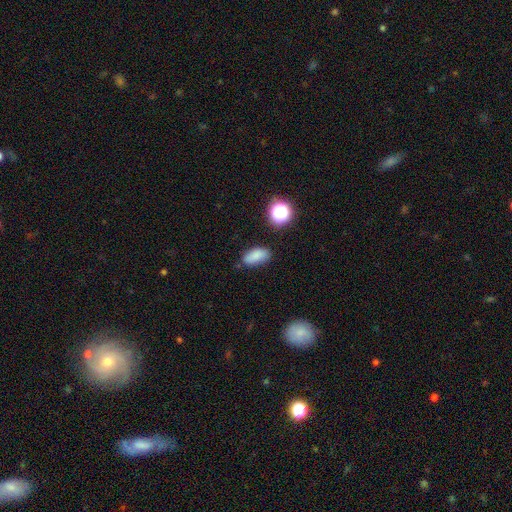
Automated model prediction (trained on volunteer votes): Overall: smooth (82%). How rounded: in between (89%). Merging: none (75%).